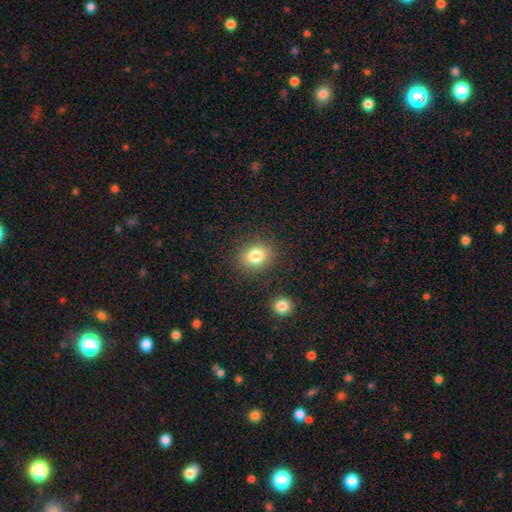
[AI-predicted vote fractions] Overall: smooth (81%). How rounded: round (62%; in between 37%). Merging: none (85%).